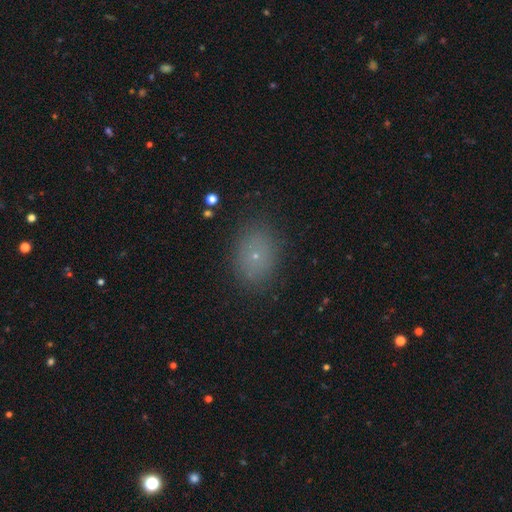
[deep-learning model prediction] This is likely a smooth galaxy (70%). How rounded: likely in between (66%). Merging: clearly none (85%).